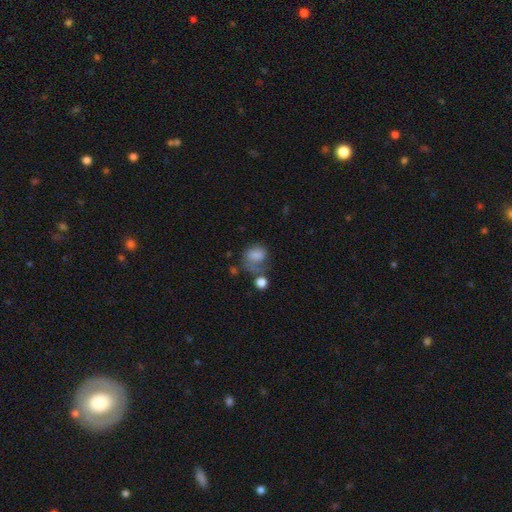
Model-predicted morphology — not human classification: smooth-or-featured: smooth: 69% | featured or disk: 20% | star or artifact: 11%
  how-rounded: in between: 52% | round: 47% | cigar-shaped: 1%
  merging: major disturbance: 33% | none: 31% | minor disturbance: 22% | merger: 14%